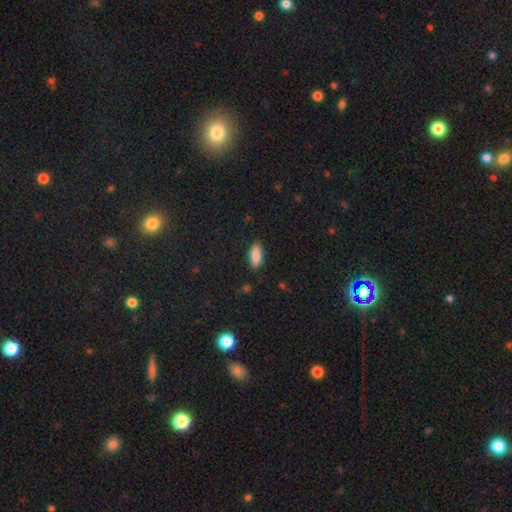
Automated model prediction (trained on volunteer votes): Q: Smooth or featured?
A: smooth (85%); runner-up: featured or disk (8%)
Q: How rounded?
A: in between (81%); runner-up: cigar-shaped (16%)
Q: Merging?
A: none (87%); runner-up: minor disturbance (10%)